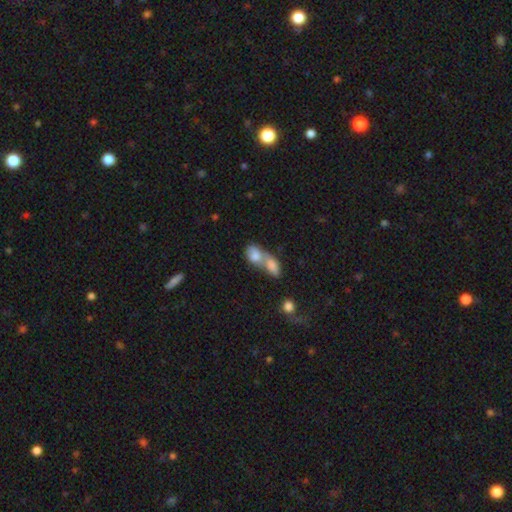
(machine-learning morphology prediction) This appears to be a smooth galaxy with no disk features (76%) that is in between round and cigar-shaped (77%). Merging: merger (76%).